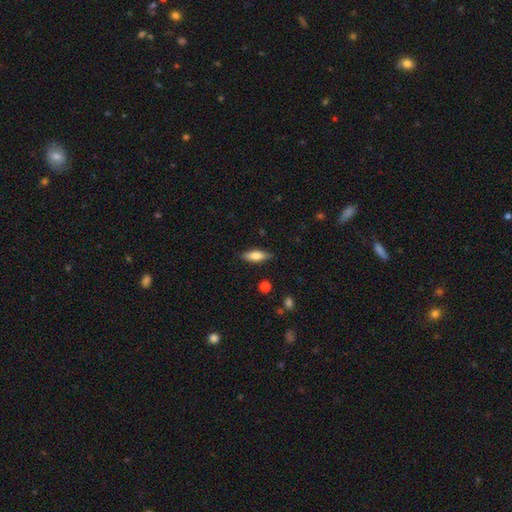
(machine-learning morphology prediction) smooth 71%, featured or disk 22%, star or artifact 6%. Down the decision tree: how rounded — in between (63%); merging — none (84%).